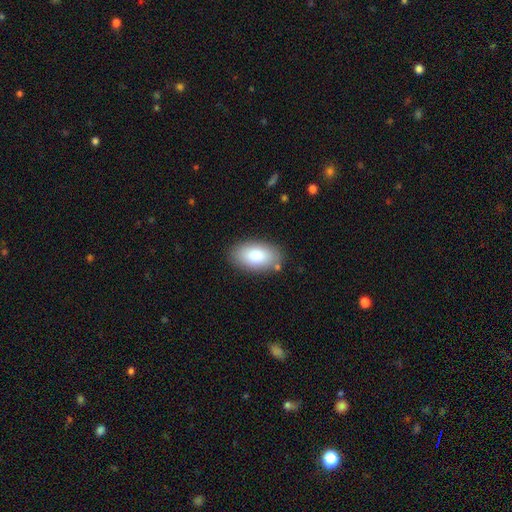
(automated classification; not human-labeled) A smooth galaxy with no disk features (82%) that is in between round and cigar-shaped (94%). Merging: none (84%).